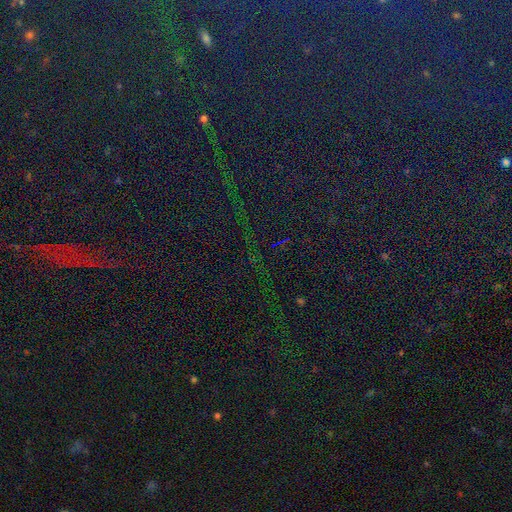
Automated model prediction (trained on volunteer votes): smooth_or_featured: star or artifact (p=0.85) [alt: smooth p=0.08]